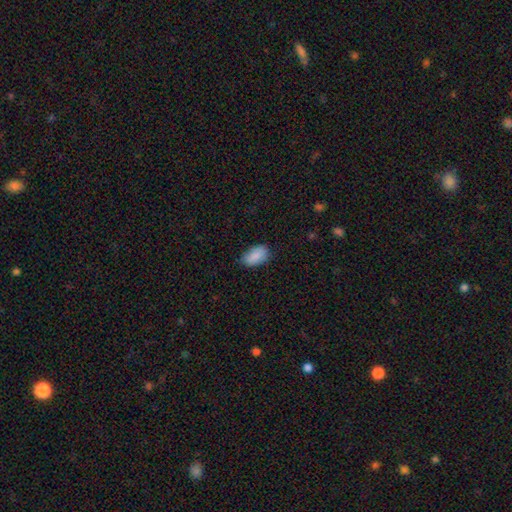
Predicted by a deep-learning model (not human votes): The model was most divided on "merging": none: 79%, minor disturbance: 17%, major disturbance: 3%, merger: 1%. More confident: how rounded — in between (94%); smooth or featured — smooth (89%).